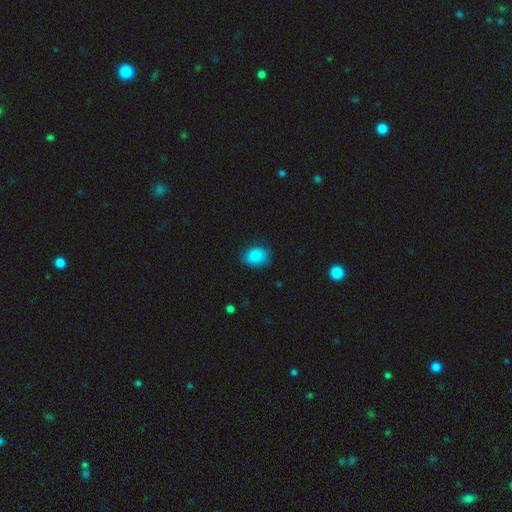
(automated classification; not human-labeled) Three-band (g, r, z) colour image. It shows a smooth galaxy with no disk features (87%) that is in between round and cigar-shaped (65%). Merging: none (76%).